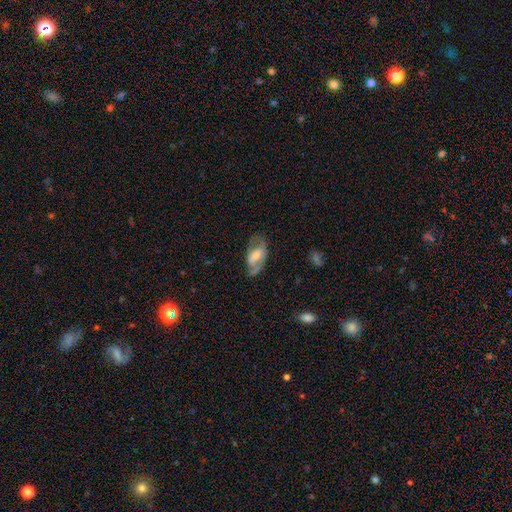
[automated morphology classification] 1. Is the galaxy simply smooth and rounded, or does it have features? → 66% featured or disk, 28% smooth, 6% star or artifact.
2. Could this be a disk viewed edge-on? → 92% no, 8% yes.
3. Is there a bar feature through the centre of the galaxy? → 39% weak, 32% no, 28% strong.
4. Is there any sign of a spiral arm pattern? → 69% yes, 31% no.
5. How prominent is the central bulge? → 54% moderate, 35% small, 7% large, 3% none, 1% dominant.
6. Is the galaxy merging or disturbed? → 62% none, 22% minor disturbance, 14% major disturbance, 2% merger.